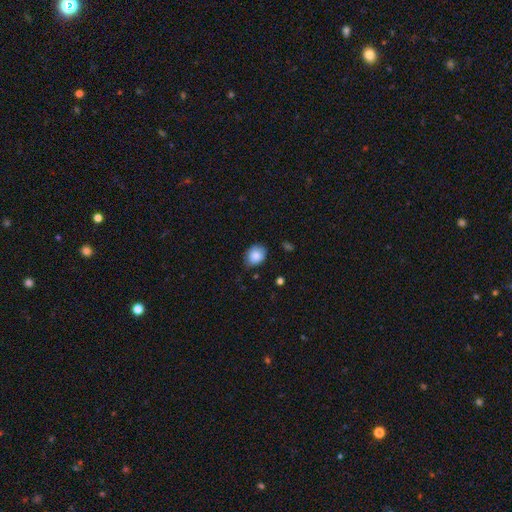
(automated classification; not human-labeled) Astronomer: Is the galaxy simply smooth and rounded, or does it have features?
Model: smooth — 85%.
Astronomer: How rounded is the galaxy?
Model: round — 55% (runner-up: in between, 44%).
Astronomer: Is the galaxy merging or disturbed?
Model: none — 74%.